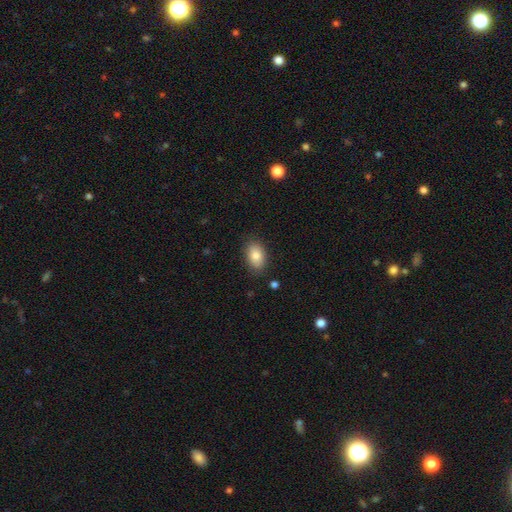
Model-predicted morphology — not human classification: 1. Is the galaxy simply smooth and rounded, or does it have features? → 83% smooth, 9% featured or disk, 8% star or artifact.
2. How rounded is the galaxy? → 88% in between, 10% round, 1% cigar-shaped.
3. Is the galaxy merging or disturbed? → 85% none, 11% minor disturbance, 3% major disturbance, 1% merger.